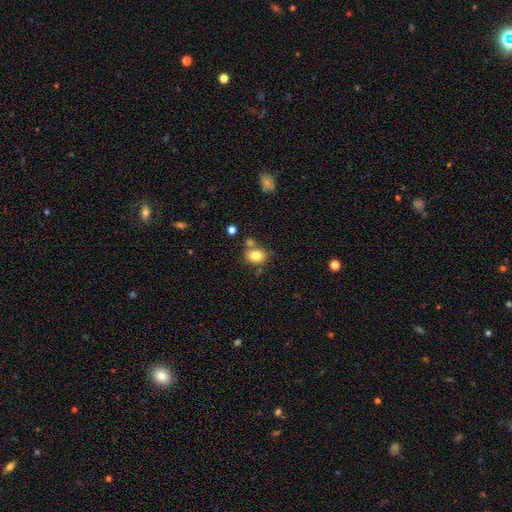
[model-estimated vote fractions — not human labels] smooth-or-featured: smooth: 80% | star or artifact: 10% | featured or disk: 10%
  how-rounded: in between: 52% | round: 47% | cigar-shaped: 1%
  merging: none: 62% | merger: 17% | minor disturbance: 16% | major disturbance: 5%